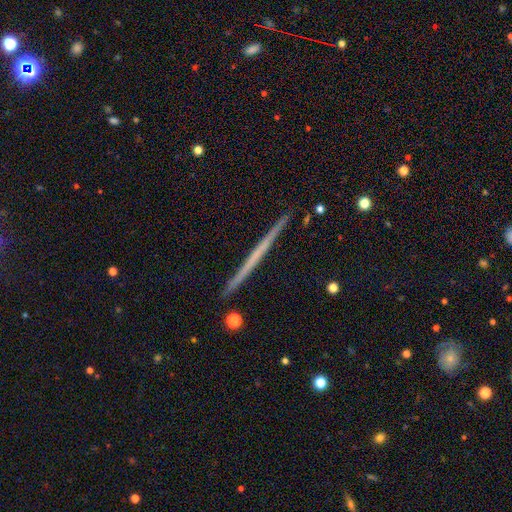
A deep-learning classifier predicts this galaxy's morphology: This is likely a featured or disk galaxy (62%). It is clearly viewed edge-on (98%). Edge-on bulge: clearly none (90%). Merging: clearly none (93%).